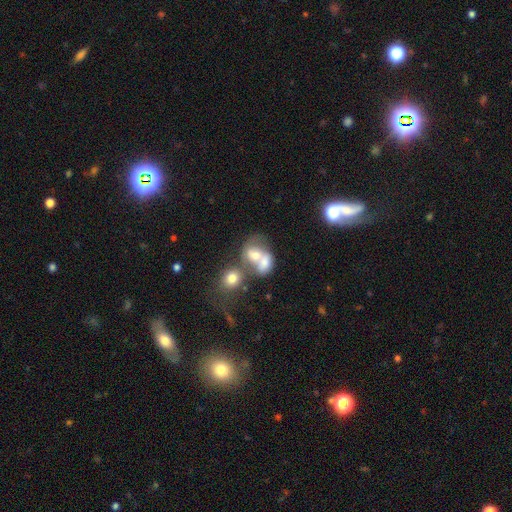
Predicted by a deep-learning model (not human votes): Smooth or featured? smooth (57%)
How rounded? in between (54%)
Merging? merger (69%)